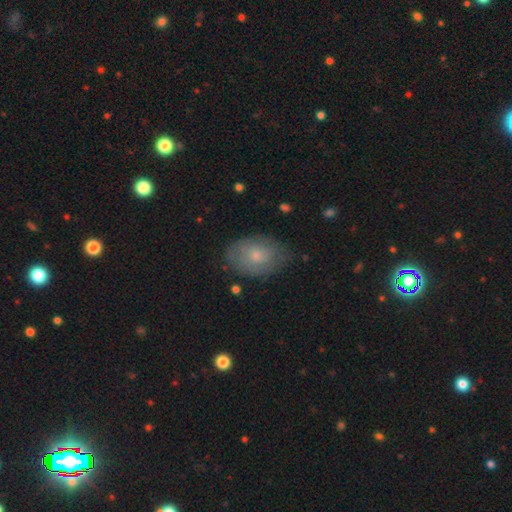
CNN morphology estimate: This appears to be a smooth galaxy with no disk features (58%) that is in between round and cigar-shaped (82%). Merging: none (71%).